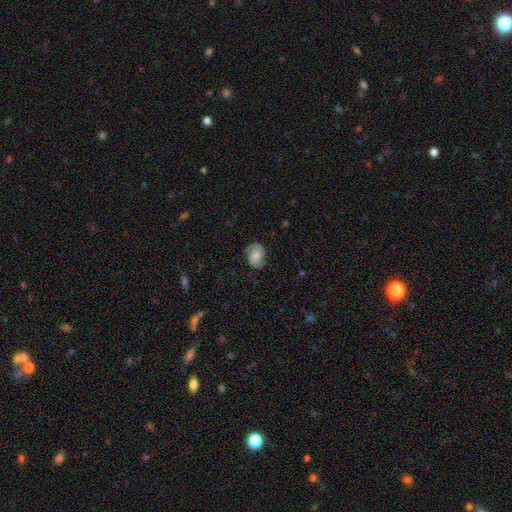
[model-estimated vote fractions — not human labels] This is possibly a featured or disk galaxy (58%). It is clearly not viewed edge-on (97%). Bar: likely no (60%). Spiral arm pattern: clearly yes (92%). Spiral arm count: clearly 2 (84%). Spiral winding: possibly medium (46%). Central bulge: marginally moderate (41%). Merging: likely none (74%).